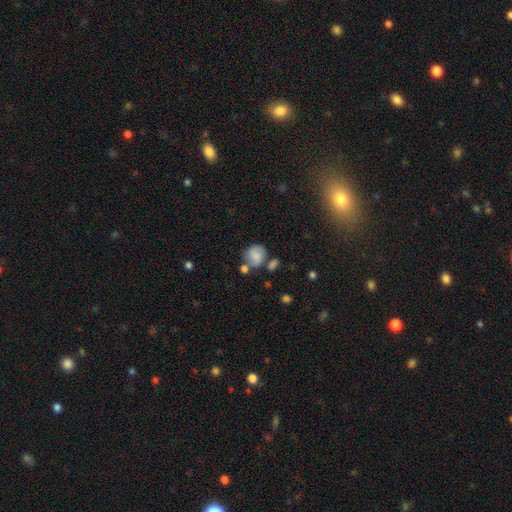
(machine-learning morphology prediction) This appears to be a smooth galaxy with no disk features (75%) that is round (69%). Merging: none (50%).